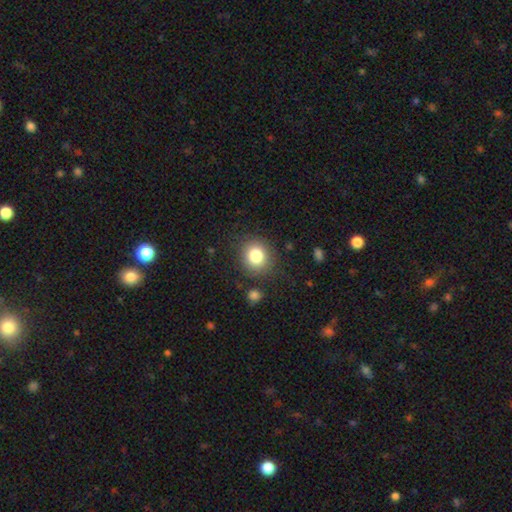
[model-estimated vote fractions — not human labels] Overall: smooth (81%). How rounded: round (83%). Merging: none (84%).